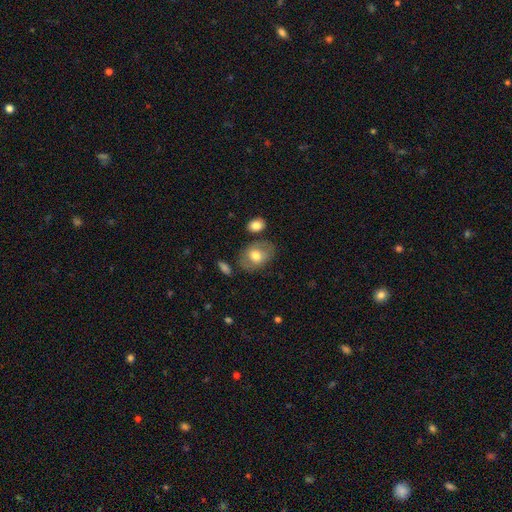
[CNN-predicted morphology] A smooth galaxy with no disk features (66%) that is in between round and cigar-shaped (75%). Merging: none (70%).